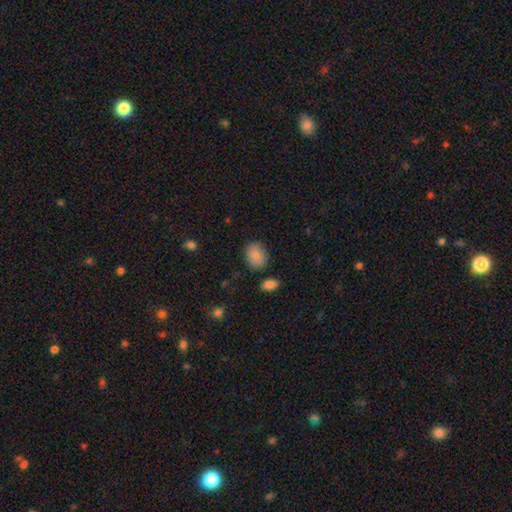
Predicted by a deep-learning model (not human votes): A smooth galaxy with no disk features (87%) that is in between round and cigar-shaped (53%). Merging: none (81%).